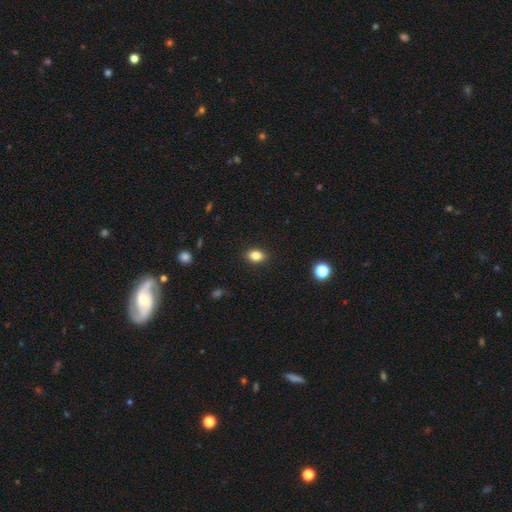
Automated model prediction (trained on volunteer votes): Smooth or featured?
  - smooth: 84% *
  - star or artifact: 10%
  - featured or disk: 6%
How rounded?
  - in between: 77% *
  - round: 21%
  - cigar-shaped: 2%
Merging?
  - none: 89% *
  - minor disturbance: 8%
  - major disturbance: 2%
  - merger: 1%